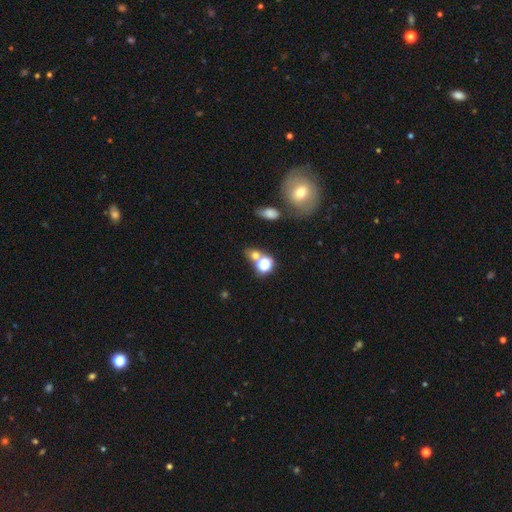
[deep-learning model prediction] Smooth or featured? smooth (62%)
How rounded? round (60%)
Merging? none (52%)